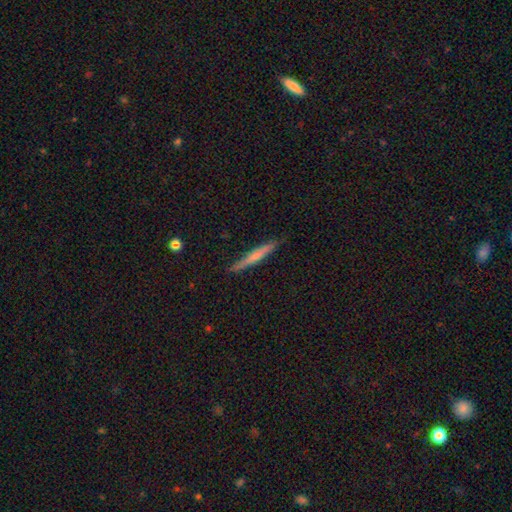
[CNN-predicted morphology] This appears to be a smooth galaxy with no disk features (50%). Merging: none (86%).